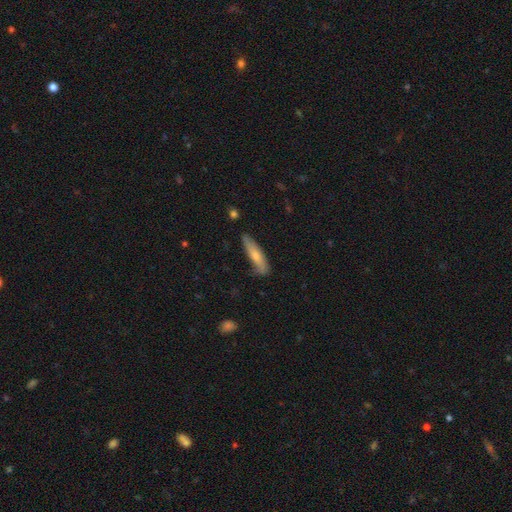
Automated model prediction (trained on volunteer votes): Smooth or featured: smooth — 66% (featured or disk — 28%)
How rounded: cigar-shaped — 76% (in between — 22%)
Merging: none — 70% (minor disturbance — 23%)